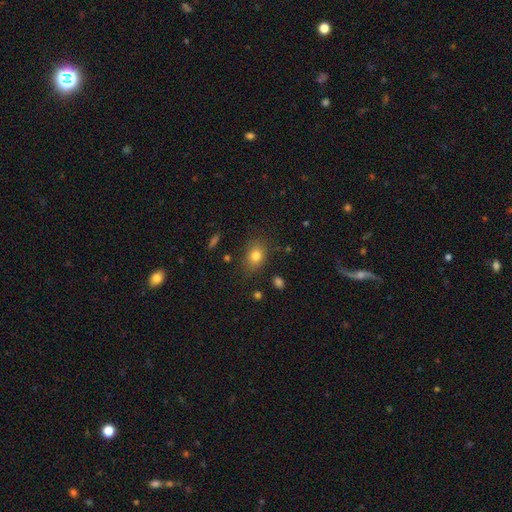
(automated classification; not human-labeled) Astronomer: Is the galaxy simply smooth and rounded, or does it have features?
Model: smooth — 80%.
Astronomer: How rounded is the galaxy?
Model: in between — 66%.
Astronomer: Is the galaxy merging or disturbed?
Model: none — 77%.